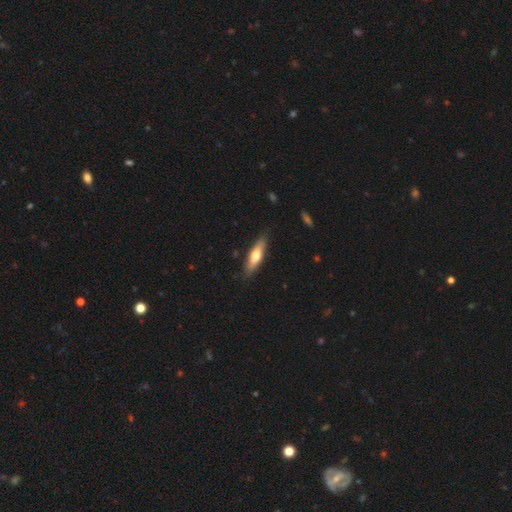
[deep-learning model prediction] Overall: smooth (57%; featured or disk 38%). How rounded: cigar-shaped (67%; in between 31%). Merging: none (86%).